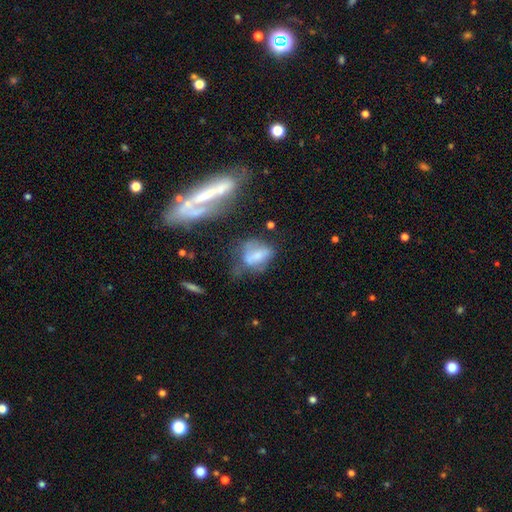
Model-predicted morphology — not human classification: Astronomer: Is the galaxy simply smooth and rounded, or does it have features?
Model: smooth — 52% (runner-up: featured or disk, 36%).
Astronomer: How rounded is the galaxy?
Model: in between — 75%.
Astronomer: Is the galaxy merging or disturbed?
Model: none — 31% (runner-up: major disturbance, 30%).